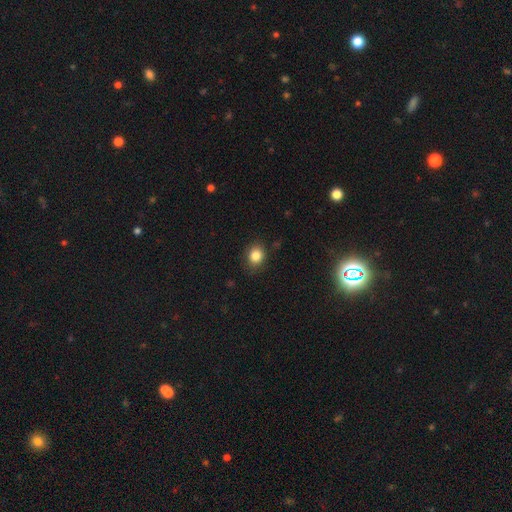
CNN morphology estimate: This is clearly a smooth galaxy (84%). How rounded: likely round (64%). Merging: clearly none (83%).